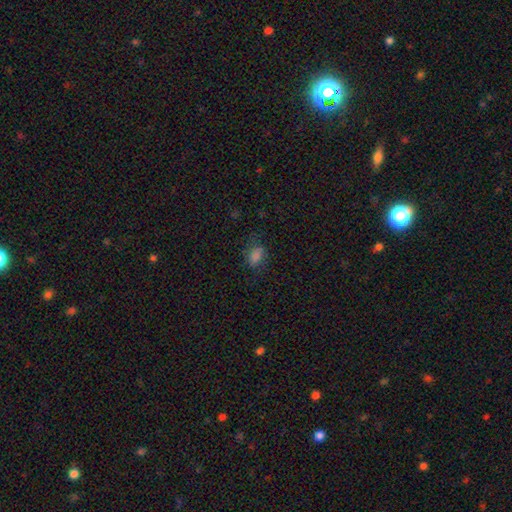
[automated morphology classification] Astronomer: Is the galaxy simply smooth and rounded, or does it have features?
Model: smooth — 76%.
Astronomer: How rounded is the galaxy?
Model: in between — 84%.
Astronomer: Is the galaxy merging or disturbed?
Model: none — 67%.